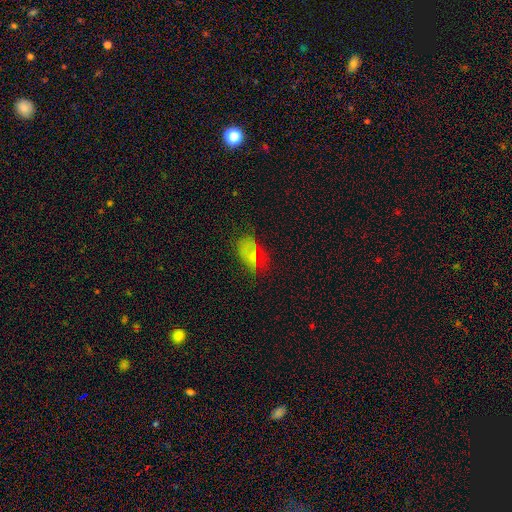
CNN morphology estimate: The model was most divided on "smooth or featured": smooth: 44%, star or artifact: 29%, featured or disk: 27%. More confident: merging — none (54%).